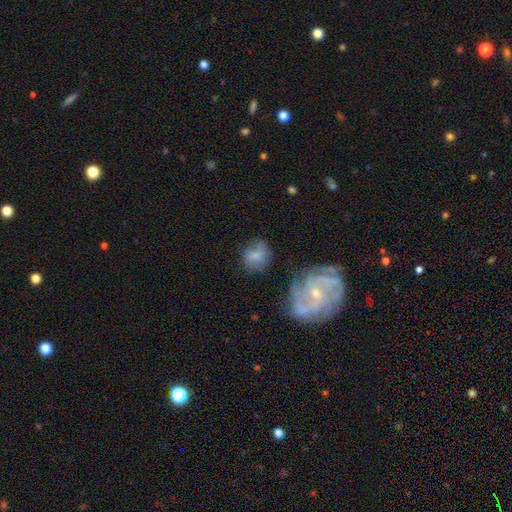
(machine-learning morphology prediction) Smooth or featured: smooth — 66% (featured or disk — 25%)
How rounded: round — 70% (in between — 28%)
Merging: none — 65% (minor disturbance — 20%)